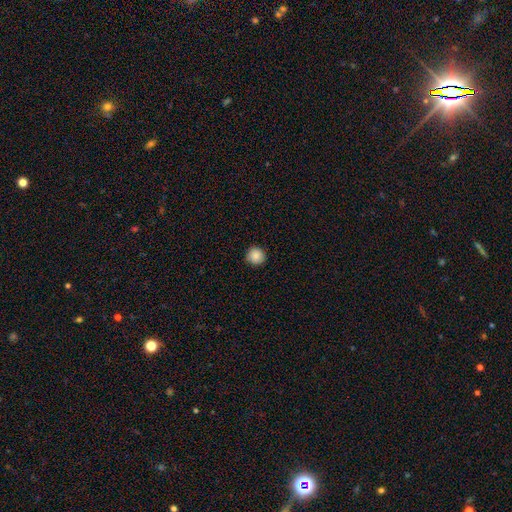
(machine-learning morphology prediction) Smooth or featured?
  - smooth: 87% *
  - star or artifact: 9%
  - featured or disk: 4%
How rounded?
  - round: 94% *
  - in between: 5%
  - cigar-shaped: 1%
Merging?
  - none: 91% *
  - minor disturbance: 7%
  - major disturbance: 2%
  - merger: 1%